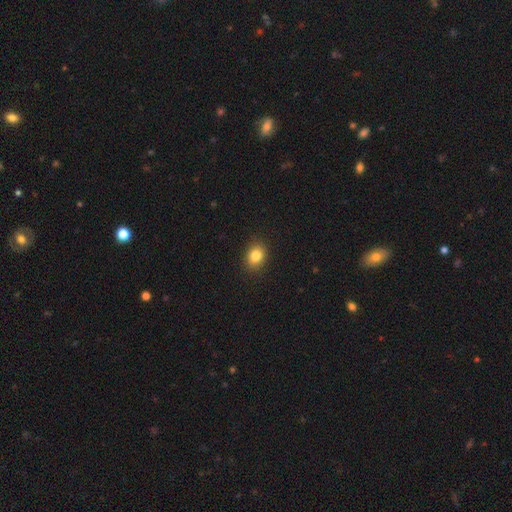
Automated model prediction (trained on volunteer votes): Q: Smooth or featured?
A: smooth (84%); runner-up: star or artifact (10%)
Q: How rounded?
A: in between (57%); runner-up: round (42%)
Q: Merging?
A: none (89%); runner-up: minor disturbance (8%)